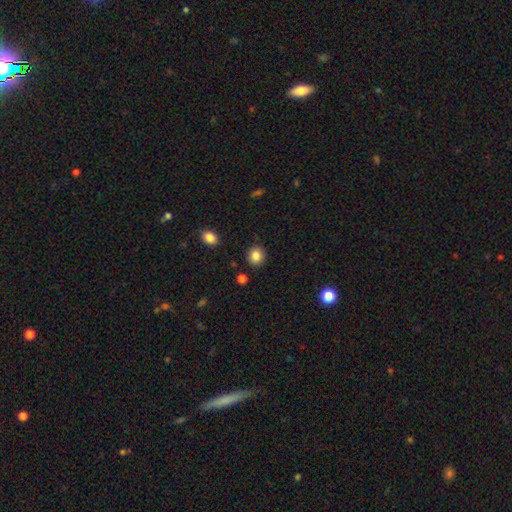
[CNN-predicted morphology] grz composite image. It shows a smooth galaxy with no disk features (85%) that is round (85%). Merging: none (90%).